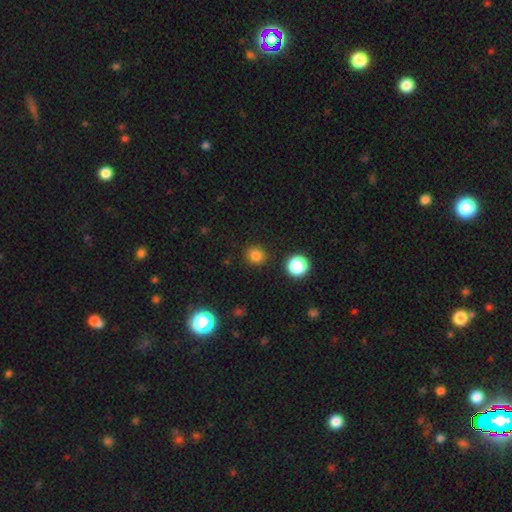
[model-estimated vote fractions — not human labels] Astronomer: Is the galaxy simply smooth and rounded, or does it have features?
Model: smooth — 81%.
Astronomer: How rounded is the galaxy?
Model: round — 90%.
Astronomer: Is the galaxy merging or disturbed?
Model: none — 89%.